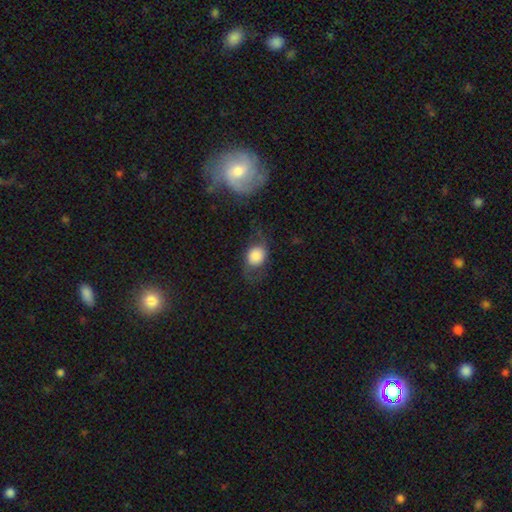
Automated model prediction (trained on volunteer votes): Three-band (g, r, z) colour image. It shows a smooth galaxy with no disk features (67%) that is round (58%). Merging: none (55%).